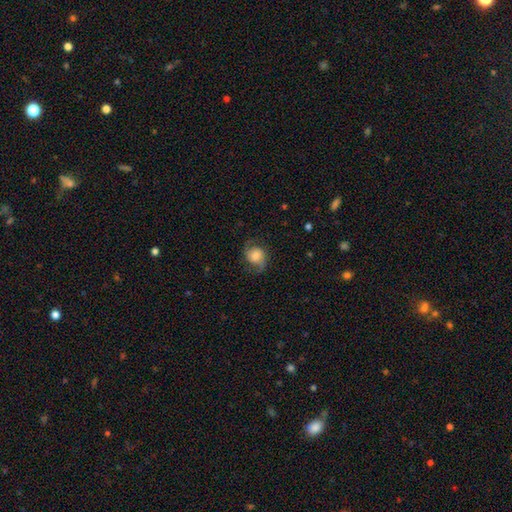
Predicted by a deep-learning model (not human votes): Q: Smooth or featured?
A: featured or disk (62%); runner-up: smooth (30%)
Q: Edge-on disk?
A: no (97%); runner-up: yes (3%)
Q: Bar?
A: no (65%); runner-up: weak (29%)
Q: Spiral arms?
A: yes (92%); runner-up: no (8%)
Q: Spiral winding?
A: medium (46%); runner-up: loose (38%)
Q: Spiral arm count?
A: 2 (90%); runner-up: can't tell (4%)
Q: Bulge size?
A: moderate (39%); runner-up: large (28%)
Q: Merging?
A: none (74%); runner-up: minor disturbance (16%)